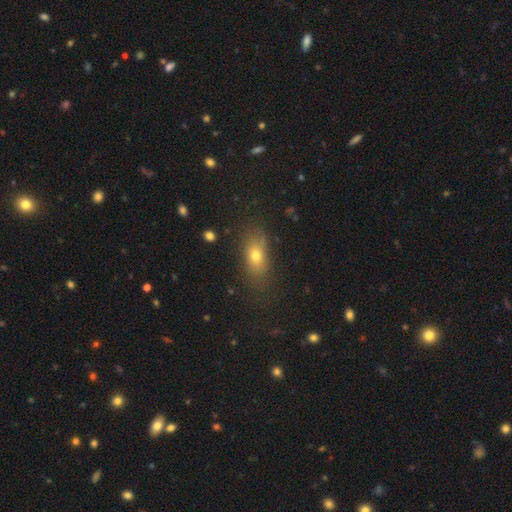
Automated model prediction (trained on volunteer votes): Smooth or featured? Predicted: smooth (p=0.71). How rounded? Predicted: in between (p=0.76). Merging? Predicted: none (p=0.72).